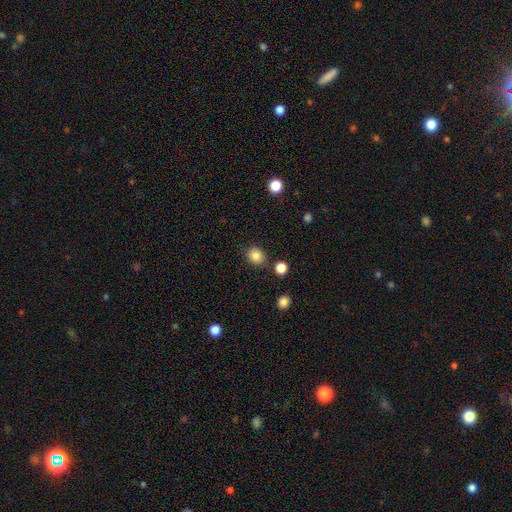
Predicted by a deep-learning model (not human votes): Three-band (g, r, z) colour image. It shows a smooth galaxy with no disk features (83%) that is round (65%). Merging: none (84%).